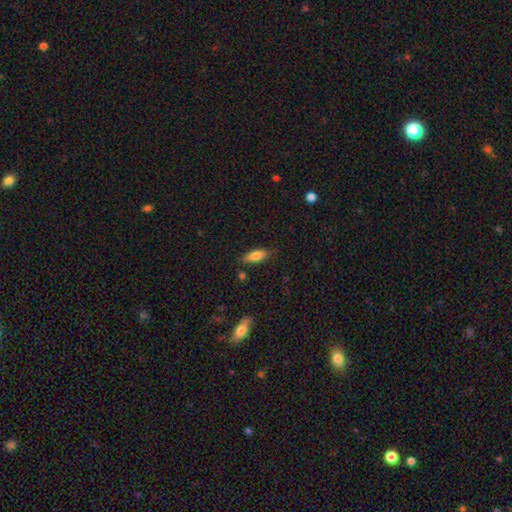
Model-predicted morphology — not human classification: type=smooth (78%); roundness=in between (72%); merging=none (79%).